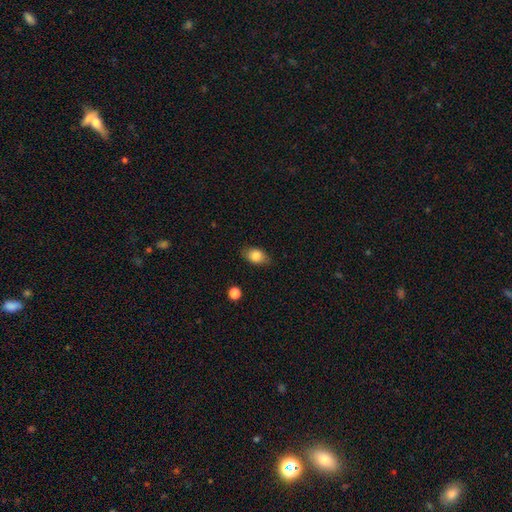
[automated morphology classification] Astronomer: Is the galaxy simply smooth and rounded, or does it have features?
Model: smooth — 82%.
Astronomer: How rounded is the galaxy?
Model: in between — 82%.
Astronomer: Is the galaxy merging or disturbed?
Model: none — 79%.